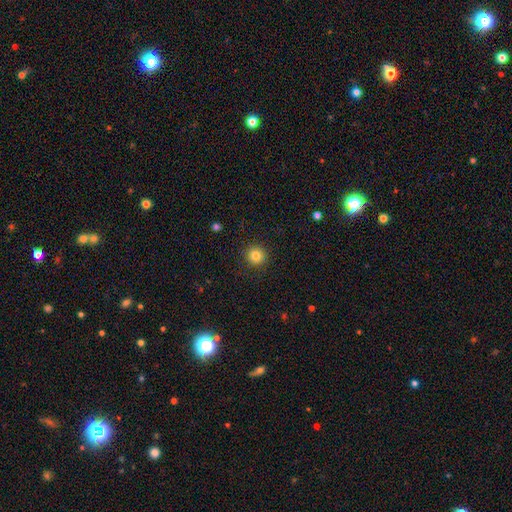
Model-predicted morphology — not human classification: The model was most divided on "smooth or featured": smooth: 83%, star or artifact: 11%, featured or disk: 5%. More confident: how rounded — round (94%); merging — none (91%).